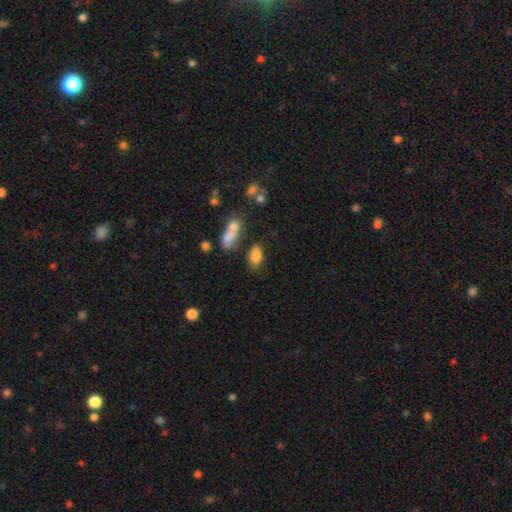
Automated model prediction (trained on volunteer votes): A smooth galaxy with no disk features (82%) that is in between round and cigar-shaped (90%).

Vote fractions:
- Smooth or featured? smooth: 82% / star or artifact: 10% / featured or disk: 7%
- How rounded? in between: 90% / round: 6% / cigar-shaped: 4%
- Merging? none: 61% / merger: 17% / minor disturbance: 15% / major disturbance: 6%